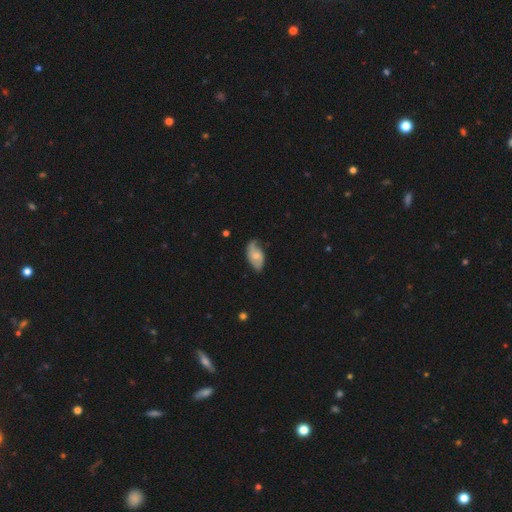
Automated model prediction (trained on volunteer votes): The model was most divided on "smooth or featured": featured or disk: 52%, smooth: 41%, star or artifact: 7%. More confident: edge-on disk — no (93%); merging — none (60%).